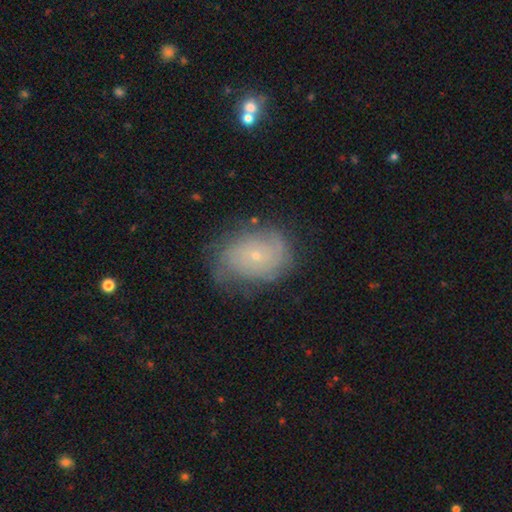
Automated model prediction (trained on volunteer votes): Q: Smooth or featured?
A: featured or disk (61%); runner-up: smooth (29%)
Q: Edge-on disk?
A: no (96%); runner-up: yes (4%)
Q: Bar?
A: no (86%); runner-up: weak (12%)
Q: Spiral arms?
A: yes (80%); runner-up: no (20%)
Q: Bulge size?
A: small (84%); runner-up: moderate (12%)
Q: Merging?
A: none (64%); runner-up: minor disturbance (24%)